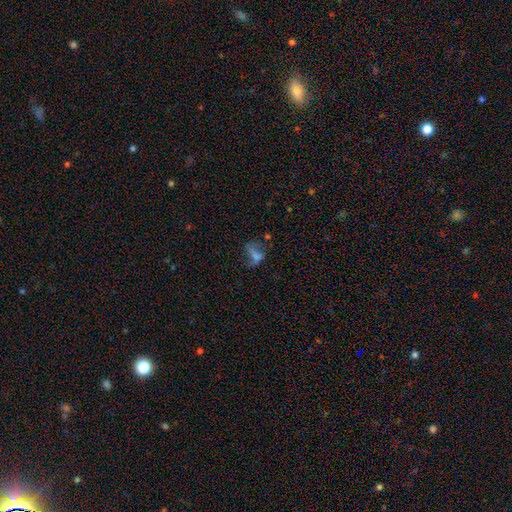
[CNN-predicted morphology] This appears to be a featured or disk galaxy (39%). Merging: major disturbance (38%).